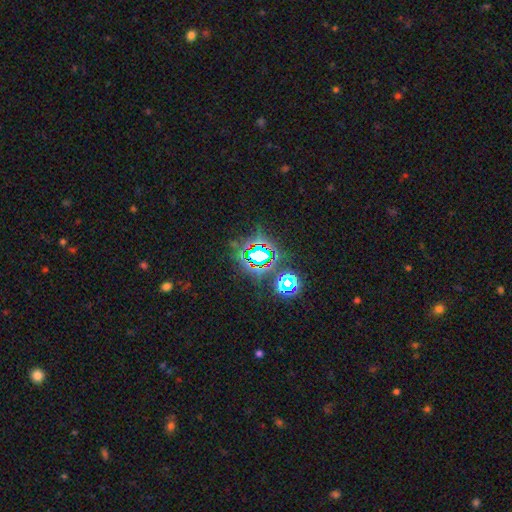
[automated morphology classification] This appears to be a star or artifact, not a galaxy (78%).